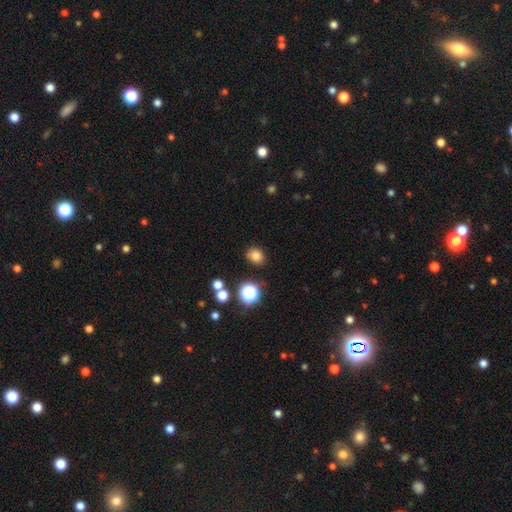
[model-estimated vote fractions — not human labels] Overall: smooth (79%). How rounded: round (62%; in between 37%). Merging: none (82%).